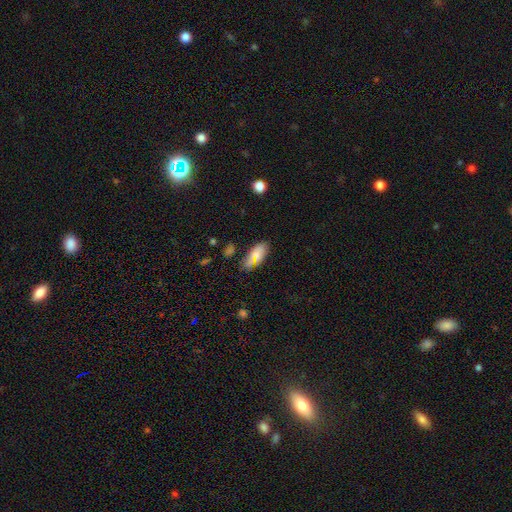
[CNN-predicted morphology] Smooth or featured?
  - smooth: 72% *
  - star or artifact: 16%
  - featured or disk: 12%
How rounded?
  - in between: 85% *
  - cigar-shaped: 10%
  - round: 4%
Merging?
  - none: 82% *
  - minor disturbance: 12%
  - major disturbance: 3%
  - merger: 2%